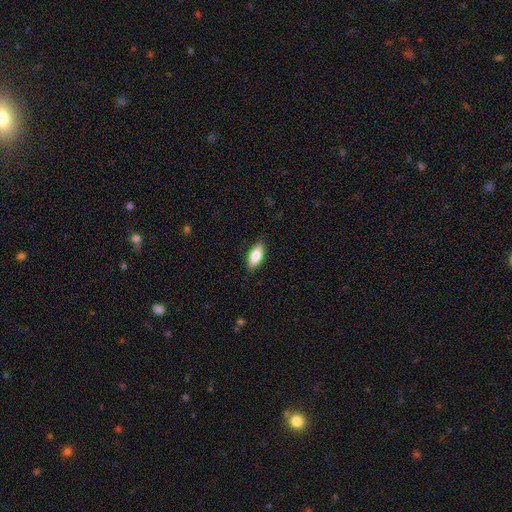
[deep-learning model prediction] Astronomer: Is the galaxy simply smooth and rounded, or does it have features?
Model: smooth — 79%.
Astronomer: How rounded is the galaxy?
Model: in between — 84%.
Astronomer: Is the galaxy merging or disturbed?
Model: none — 87%.